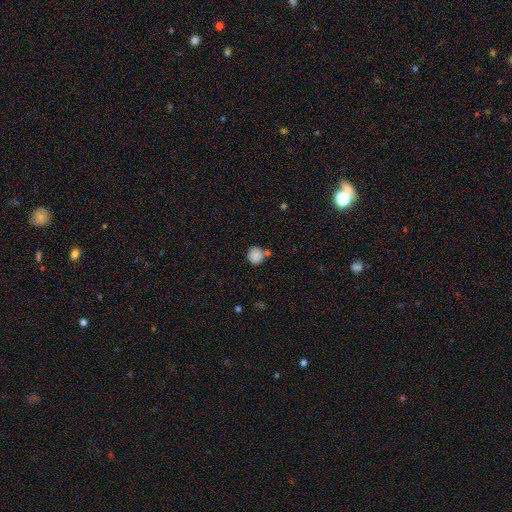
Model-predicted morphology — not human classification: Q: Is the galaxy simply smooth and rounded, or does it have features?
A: smooth — 86%.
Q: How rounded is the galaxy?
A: round — 83%.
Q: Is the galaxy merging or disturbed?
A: none — 56%.